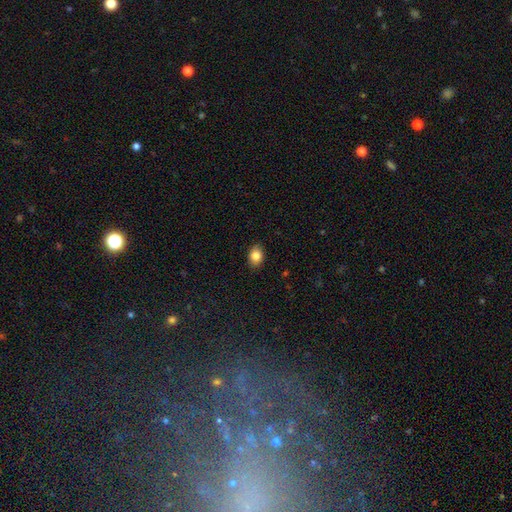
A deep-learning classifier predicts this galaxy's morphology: Q: Smooth or featured?
A: smooth (85%); runner-up: star or artifact (9%)
Q: How rounded?
A: in between (68%); runner-up: round (31%)
Q: Merging?
A: none (88%); runner-up: minor disturbance (9%)